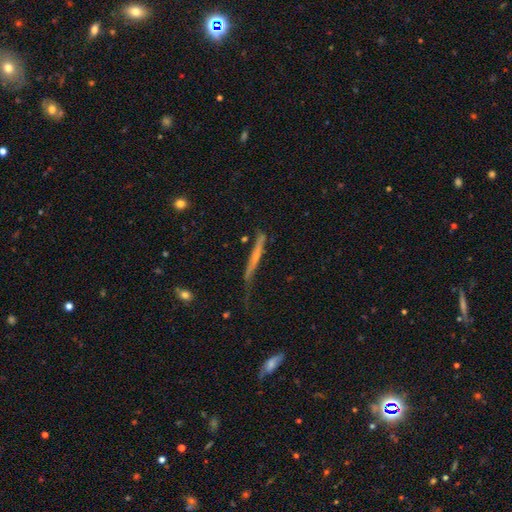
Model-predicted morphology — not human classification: smooth_or_featured: featured or disk (p=0.48) [alt: smooth p=0.44]
merging: none (p=0.49) [alt: minor disturbance p=0.29]